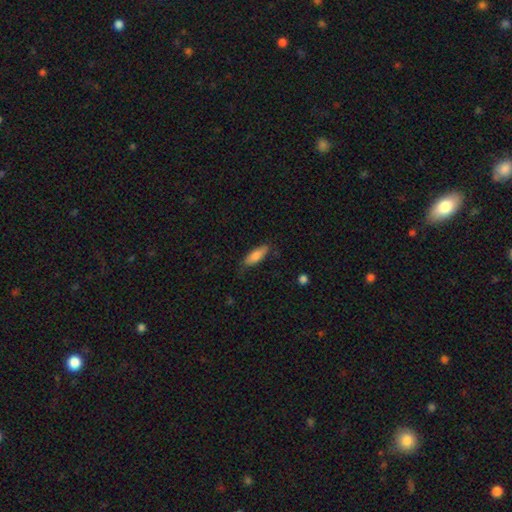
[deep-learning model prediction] A smooth galaxy with no disk features (80%) that is in between round and cigar-shaped (58%).

Vote fractions:
- Smooth or featured? smooth: 80% / featured or disk: 14% / star or artifact: 6%
- How rounded? in between: 58% / cigar-shaped: 40% / round: 2%
- Merging? none: 73% / minor disturbance: 21% / major disturbance: 4% / merger: 2%